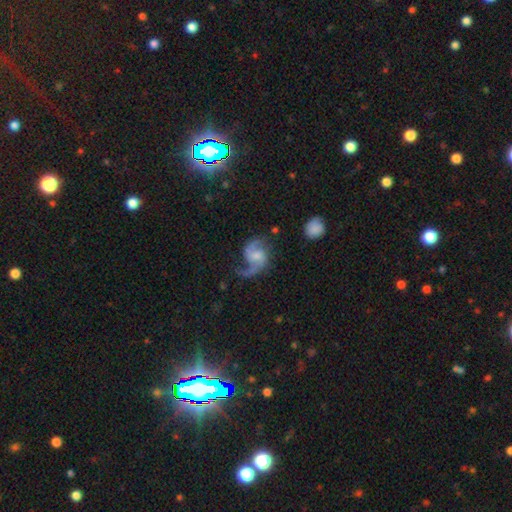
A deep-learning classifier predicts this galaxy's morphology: A featured or disk galaxy (87%) with no bar (50%), 2 (86%) loose (51%) spiral arms (97%) and a moderate central bulge (37%). Merging: none (56%).